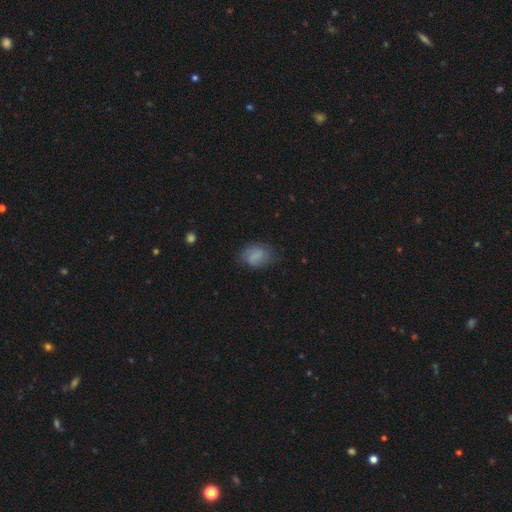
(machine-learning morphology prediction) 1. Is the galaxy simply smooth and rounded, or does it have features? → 69% smooth, 22% featured or disk, 9% star or artifact.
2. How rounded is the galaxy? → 76% in between, 22% round, 1% cigar-shaped.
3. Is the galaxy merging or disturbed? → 64% none, 25% minor disturbance, 9% major disturbance, 2% merger.